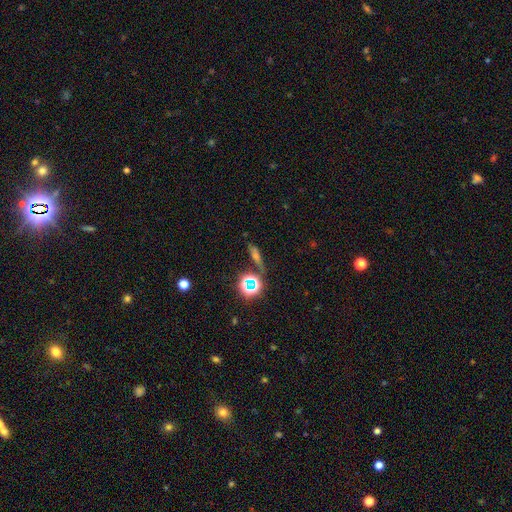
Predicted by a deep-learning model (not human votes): Smooth or featured? star or artifact (38%)